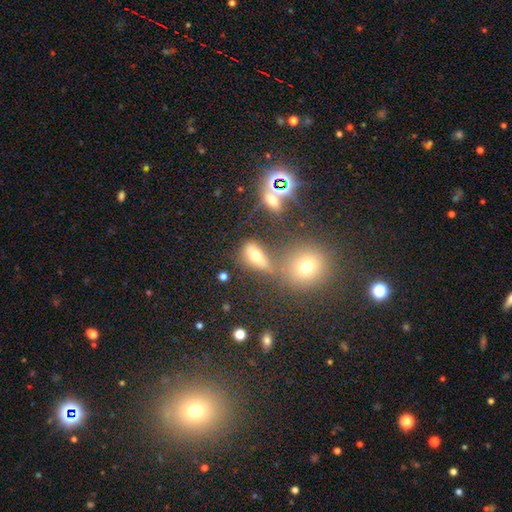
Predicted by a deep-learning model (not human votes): This appears to be a smooth galaxy with no disk features (62%) that is in between round and cigar-shaped (64%). Merging: none (54%).